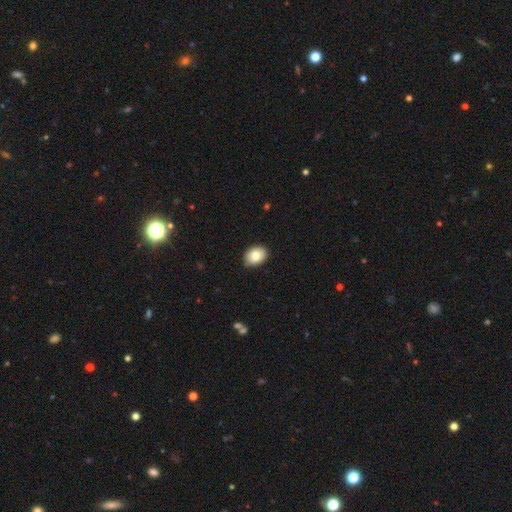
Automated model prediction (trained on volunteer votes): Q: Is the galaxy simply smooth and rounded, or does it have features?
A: smooth — 82%.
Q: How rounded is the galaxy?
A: in between — 72%.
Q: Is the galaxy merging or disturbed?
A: none — 85%.